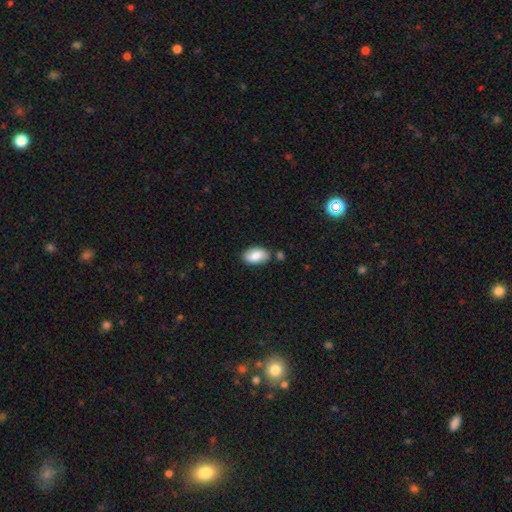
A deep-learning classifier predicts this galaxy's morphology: This is clearly a smooth galaxy (81%). How rounded: clearly in between (94%). Merging: likely none (78%).